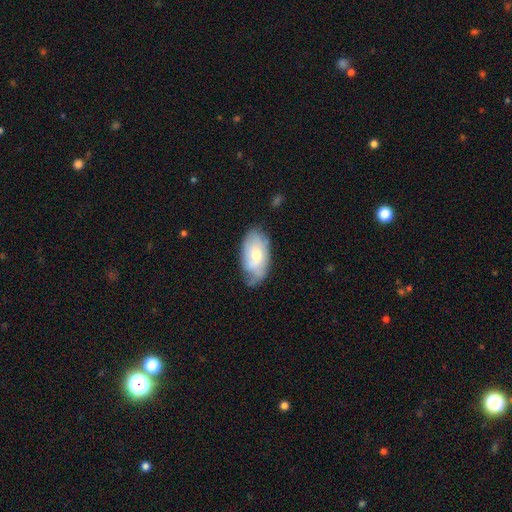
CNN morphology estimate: Smooth or featured? Predicted: smooth (p=0.54). How rounded? Predicted: in between (p=0.94). Merging? Predicted: none (p=0.55).